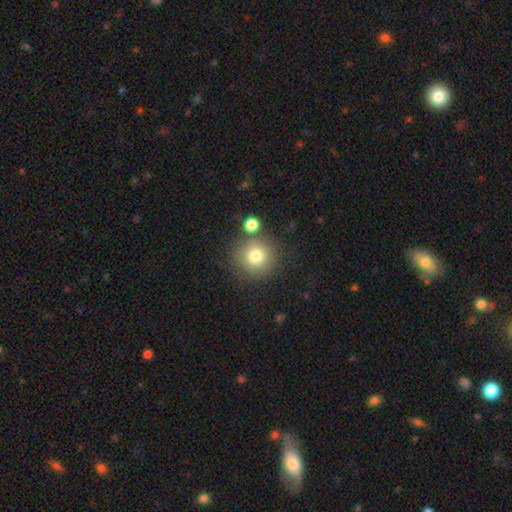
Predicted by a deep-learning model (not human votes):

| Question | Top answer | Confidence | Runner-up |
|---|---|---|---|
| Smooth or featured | smooth | 77% | star or artifact (12%) |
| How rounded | round | 94% | in between (5%) |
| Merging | none | 77% | merger (10%) |